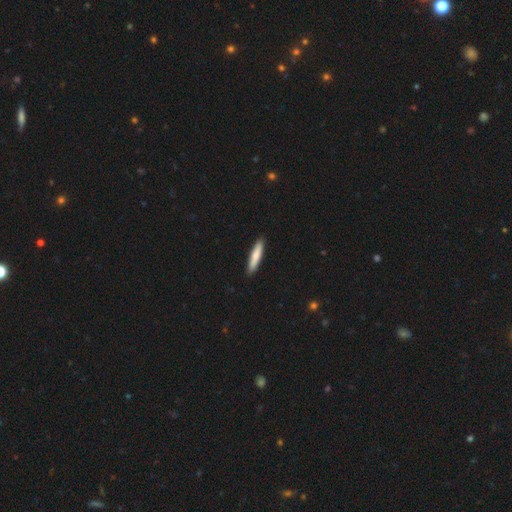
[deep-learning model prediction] Smooth or featured?
  - smooth: 78% *
  - featured or disk: 17%
  - star or artifact: 5%
How rounded?
  - cigar-shaped: 87% *
  - in between: 11%
  - round: 1%
Merging?
  - none: 91% *
  - minor disturbance: 7%
  - major disturbance: 1%
  - merger: 1%